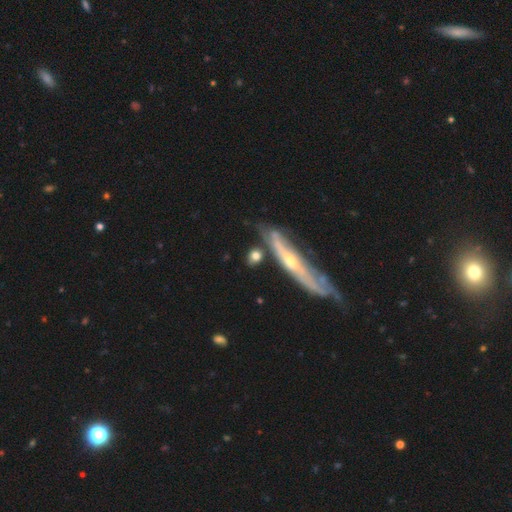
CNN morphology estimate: smooth_or_featured: smooth (p=0.66) [alt: featured or disk p=0.28]
how_rounded: round (p=0.44) [alt: in between p=0.31]
merging: none (p=0.67) [alt: minor disturbance p=0.16]